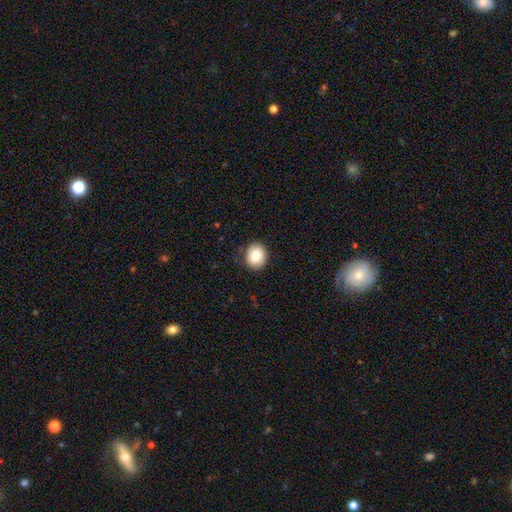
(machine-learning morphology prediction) Smooth or featured? smooth (83%)
How rounded? round (56%)
Merging? none (81%)